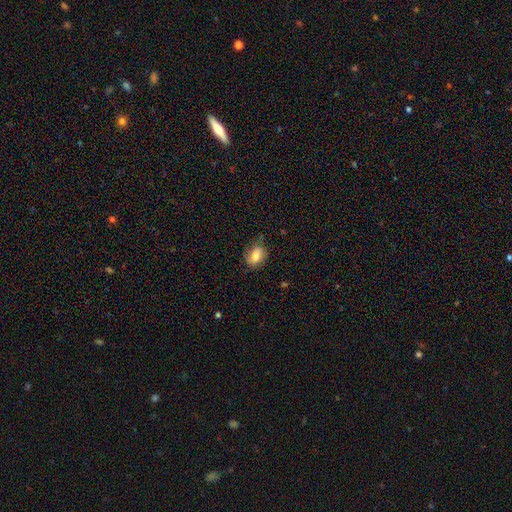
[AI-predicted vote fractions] Overall: smooth (70%). How rounded: in between (73%). Merging: none (62%; minor disturbance 27%).